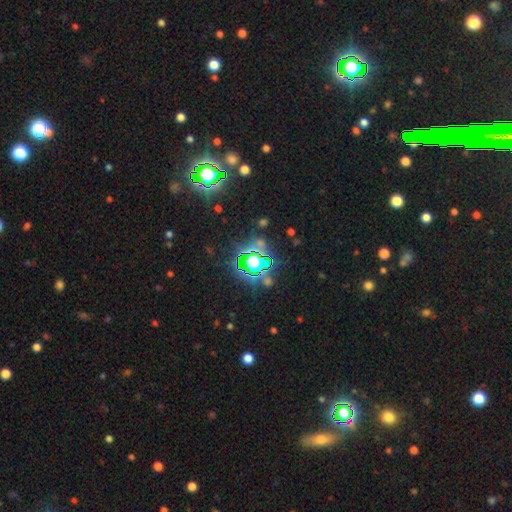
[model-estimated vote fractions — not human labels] Smooth or featured?
  - star or artifact: 79% *
  - smooth: 13%
  - featured or disk: 9%